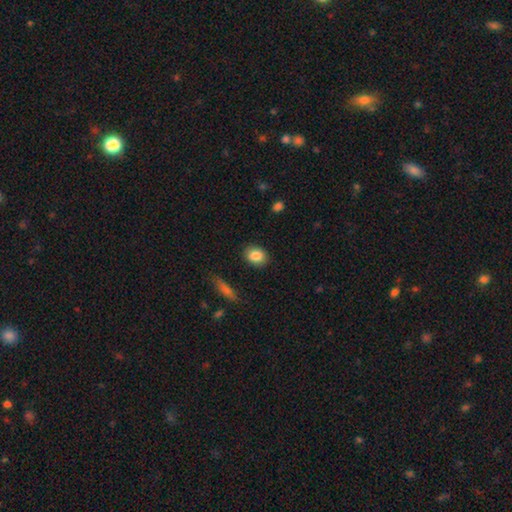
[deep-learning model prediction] Smooth or featured?
  - smooth: 85% *
  - star or artifact: 8%
  - featured or disk: 7%
How rounded?
  - in between: 62% *
  - round: 37%
  - cigar-shaped: 2%
Merging?
  - none: 87% *
  - minor disturbance: 9%
  - major disturbance: 2%
  - merger: 1%